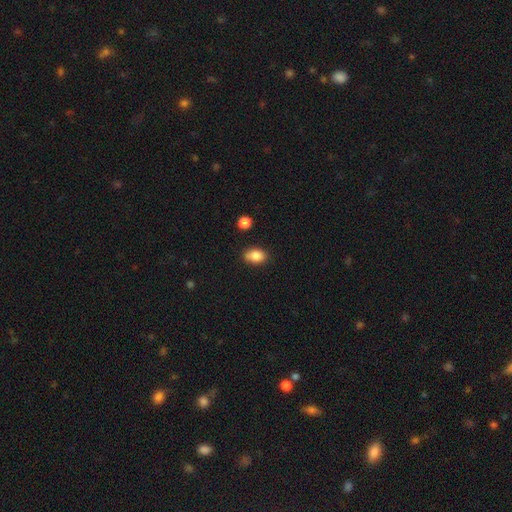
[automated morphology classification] Q: Smooth or featured?
A: smooth (86%); runner-up: star or artifact (8%)
Q: How rounded?
A: in between (85%); runner-up: round (14%)
Q: Merging?
A: none (82%); runner-up: minor disturbance (13%)